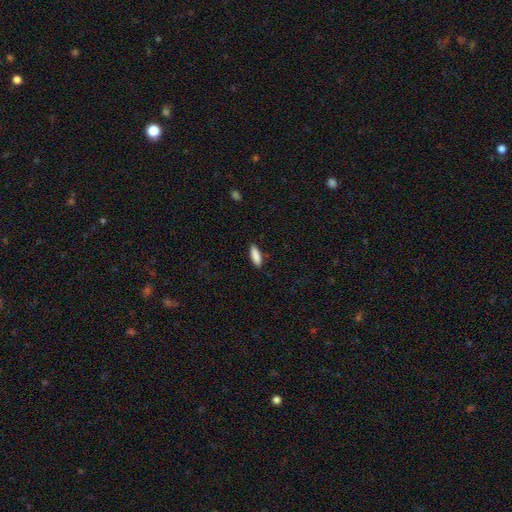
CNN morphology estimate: Smooth or featured? Predicted: smooth (p=0.89). How rounded? Predicted: cigar-shaped (p=0.53). Merging? Predicted: none (p=0.88).